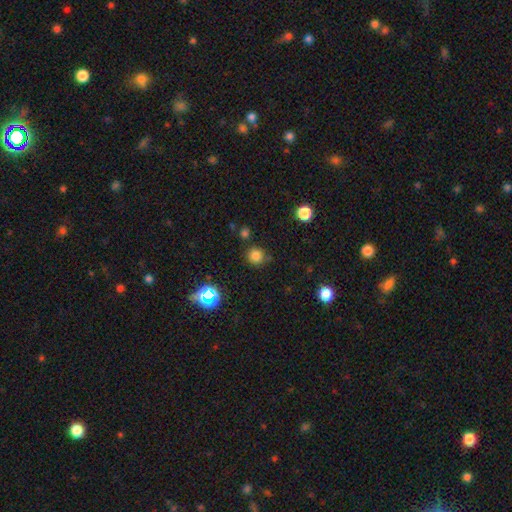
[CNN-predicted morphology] Smooth or featured? Predicted: smooth (p=0.77). How rounded? Predicted: round (p=0.92). Merging? Predicted: none (p=0.80).